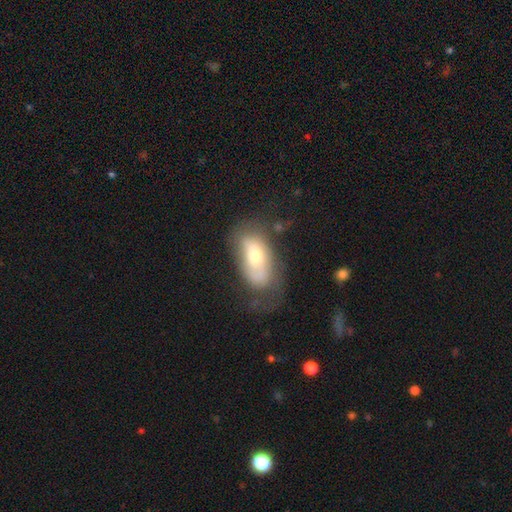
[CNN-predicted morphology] Smooth or featured?
  - smooth: 52% *
  - featured or disk: 40%
  - star or artifact: 8%
How rounded?
  - in between: 89% *
  - round: 5%
  - cigar-shaped: 5%
Merging?
  - none: 42% *
  - minor disturbance: 29%
  - major disturbance: 25%
  - merger: 4%